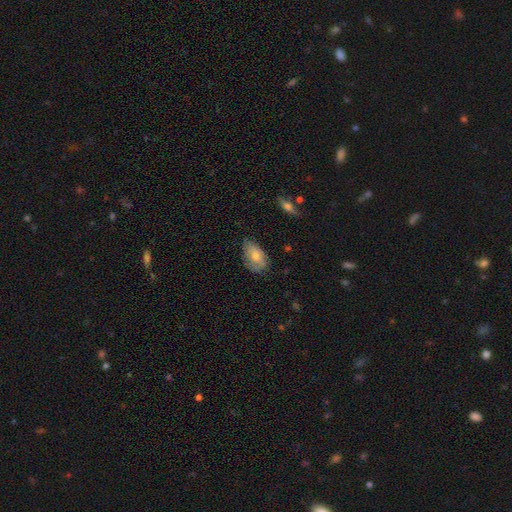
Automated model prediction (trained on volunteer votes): Smooth or featured?
  - smooth: 65% *
  - featured or disk: 28%
  - star or artifact: 7%
How rounded?
  - in between: 89% *
  - round: 8%
  - cigar-shaped: 2%
Merging?
  - none: 60% *
  - minor disturbance: 31%
  - major disturbance: 7%
  - merger: 1%